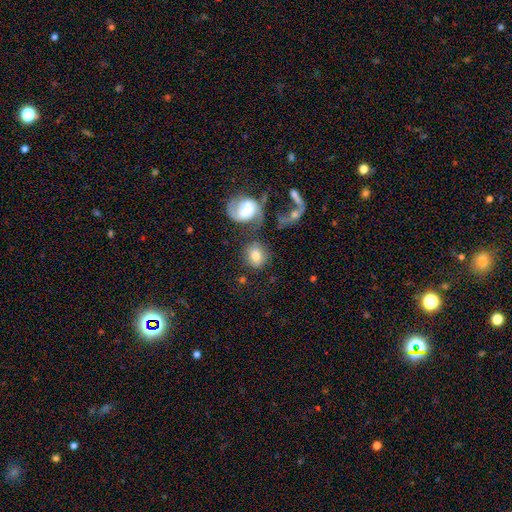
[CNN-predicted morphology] smooth_or_featured: smooth (p=0.72) [alt: featured or disk p=0.20]
how_rounded: round (p=0.62) [alt: in between p=0.36]
merging: none (p=0.55) [alt: merger p=0.21]